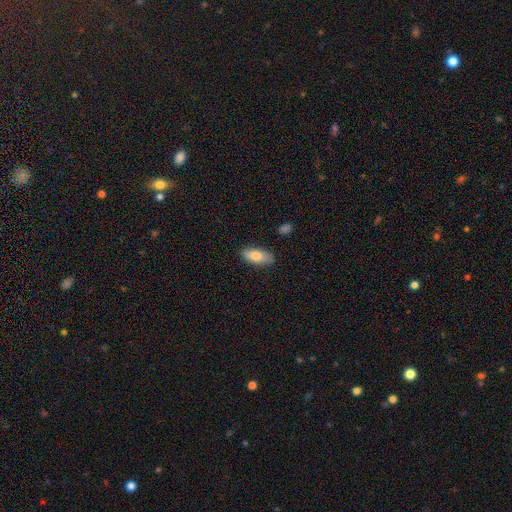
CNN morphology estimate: This appears to be a smooth galaxy with no disk features (78%) that is in between round and cigar-shaped (81%). Merging: none (84%).